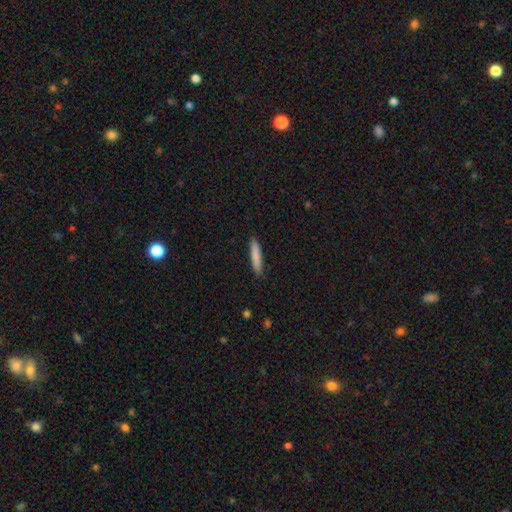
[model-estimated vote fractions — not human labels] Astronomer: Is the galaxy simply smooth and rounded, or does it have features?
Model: smooth — 84%.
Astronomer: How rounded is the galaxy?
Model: cigar-shaped — 88%.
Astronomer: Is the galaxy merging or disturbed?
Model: none — 88%.